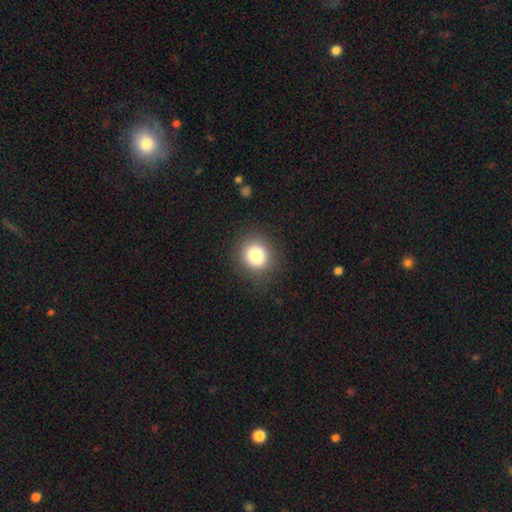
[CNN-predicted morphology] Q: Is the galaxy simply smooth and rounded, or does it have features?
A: smooth — 83%.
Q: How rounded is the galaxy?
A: round — 86%.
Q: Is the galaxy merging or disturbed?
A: none — 85%.